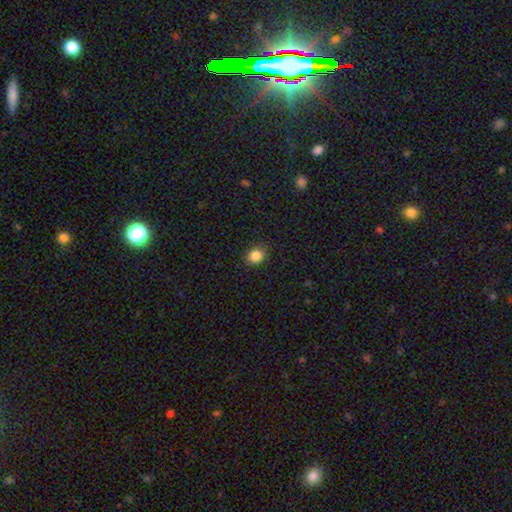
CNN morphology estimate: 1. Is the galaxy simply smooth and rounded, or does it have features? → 86% smooth, 10% star or artifact, 4% featured or disk.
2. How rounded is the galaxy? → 64% round, 35% in between, 1% cigar-shaped.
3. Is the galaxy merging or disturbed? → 88% none, 8% minor disturbance, 2% major disturbance, 1% merger.